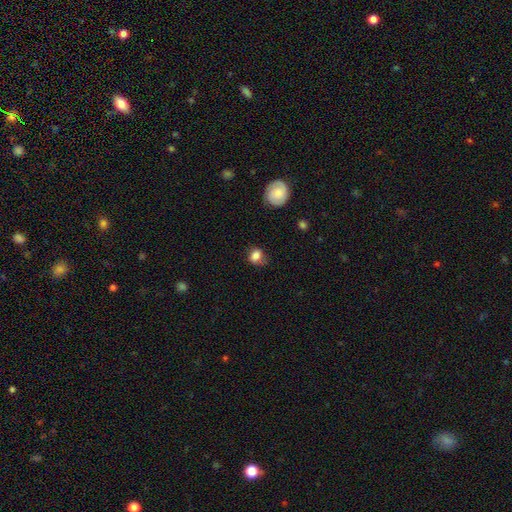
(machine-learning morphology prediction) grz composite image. It shows a smooth galaxy with no disk features (81%) that is round (52%). Merging: none (55%).